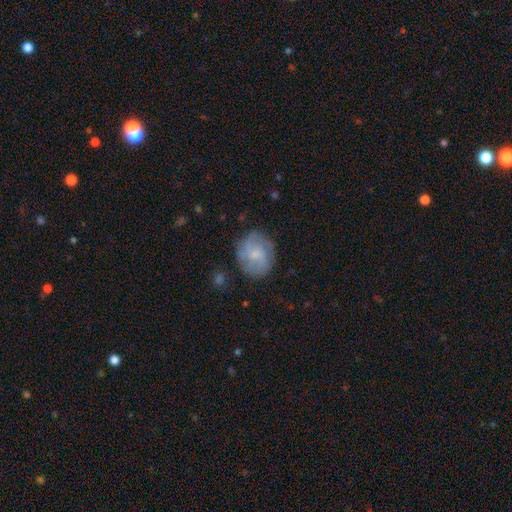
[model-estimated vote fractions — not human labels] Q: Smooth or featured?
A: featured or disk (55%); runner-up: smooth (30%)
Q: Edge-on disk?
A: no (97%); runner-up: yes (3%)
Q: Bar?
A: no (52%); runner-up: weak (40%)
Q: Spiral arms?
A: yes (84%); runner-up: no (16%)
Q: Bulge size?
A: small (51%); runner-up: moderate (39%)
Q: Merging?
A: none (81%); runner-up: minor disturbance (13%)